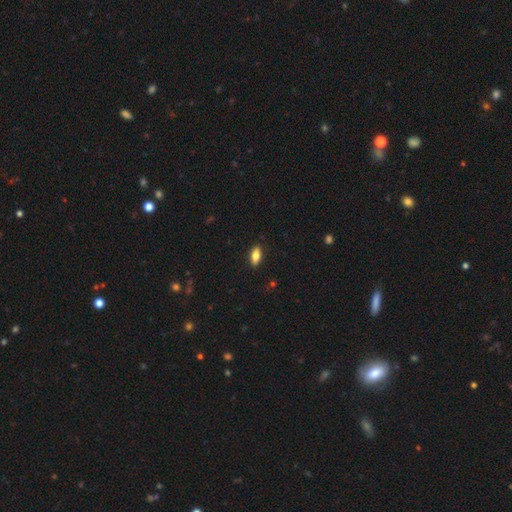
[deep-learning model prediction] Smooth or featured? smooth (77%)
How rounded? in between (84%)
Merging? none (89%)